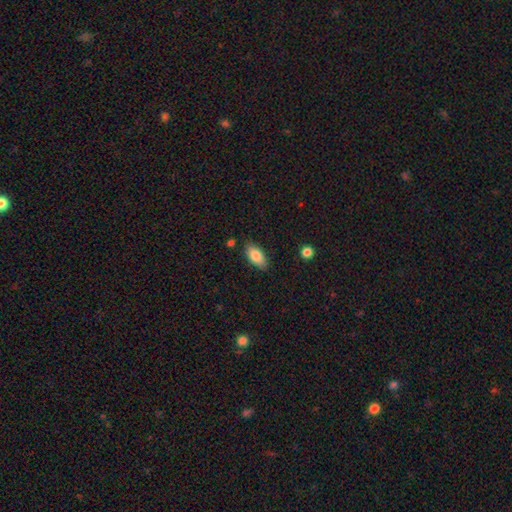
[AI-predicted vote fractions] A smooth galaxy with no disk features (83%) that is in between round and cigar-shaped (89%).

Vote fractions:
- Smooth or featured? smooth: 83% / featured or disk: 10% / star or artifact: 7%
- How rounded? in between: 89% / cigar-shaped: 8% / round: 3%
- Merging? none: 84% / minor disturbance: 12% / major disturbance: 3% / merger: 2%